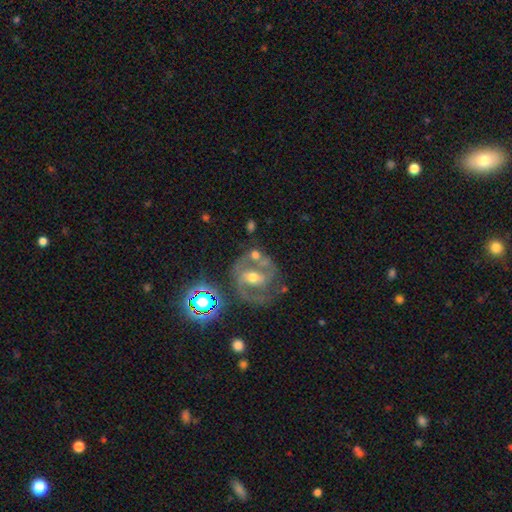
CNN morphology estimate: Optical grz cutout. It shows a featured or disk galaxy (69%) with a weak bar (38%), spiral arms (74%) and a moderate central bulge (71%). Merging: none (54%).